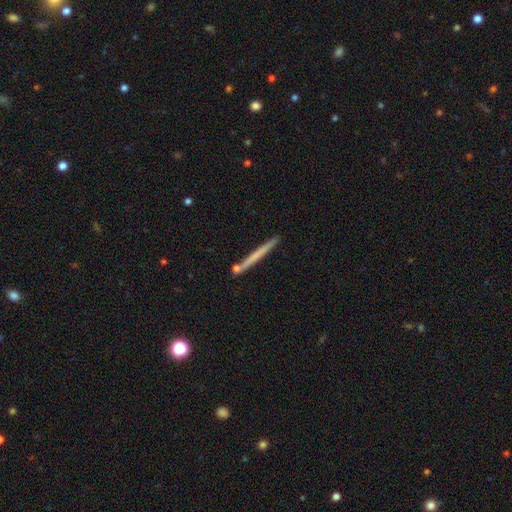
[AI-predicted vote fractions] Q: Smooth or featured?
A: smooth (54%); runner-up: featured or disk (40%)
Q: How rounded?
A: cigar-shaped (97%); runner-up: in between (2%)
Q: Merging?
A: none (85%); runner-up: minor disturbance (8%)